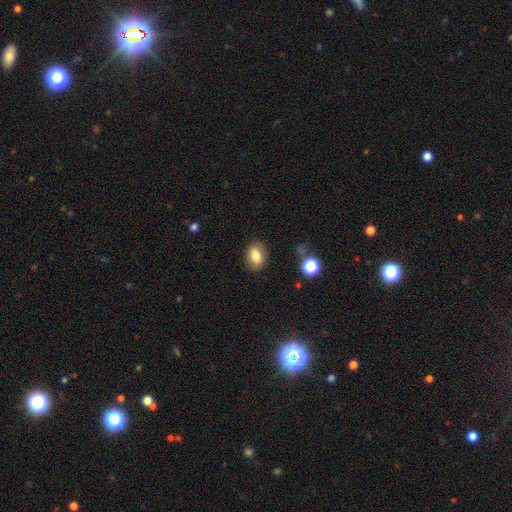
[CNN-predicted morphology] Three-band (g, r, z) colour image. It shows a smooth galaxy with no disk features (80%) that is in between round and cigar-shaped (78%). Merging: none (85%).